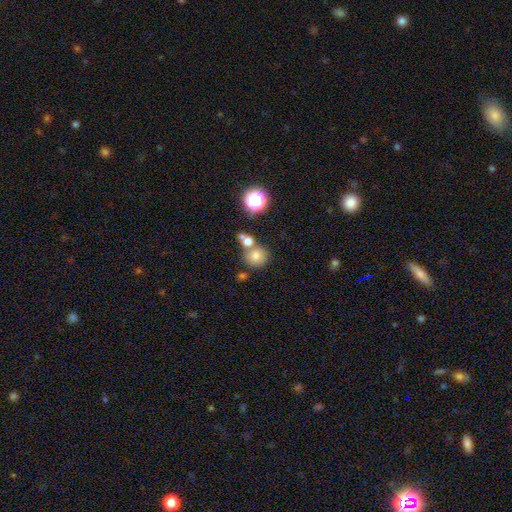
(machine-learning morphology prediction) Overall: smooth (74%). How rounded: round (86%). Merging: none (63%; merger 24%).